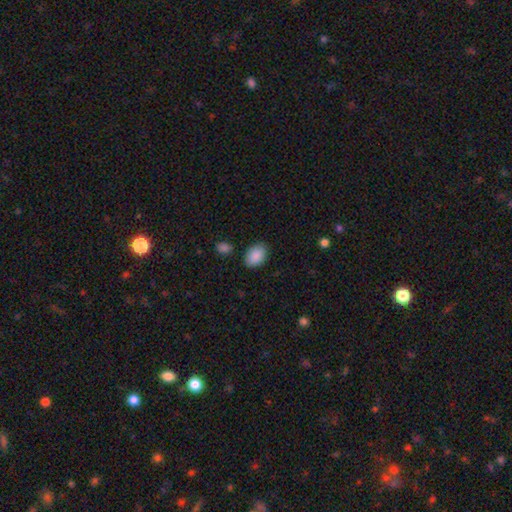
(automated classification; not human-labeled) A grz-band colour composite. It shows a smooth galaxy with no disk features (90%) that is in between round and cigar-shaped (85%). Merging: none (85%).